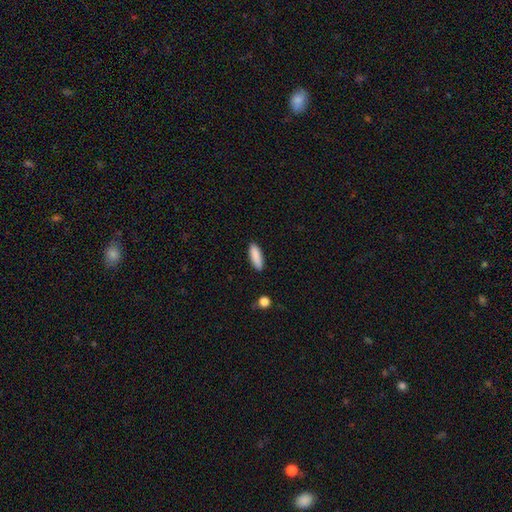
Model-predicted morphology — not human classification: type=smooth (89%); roundness=in between (53%); merging=none (88%).